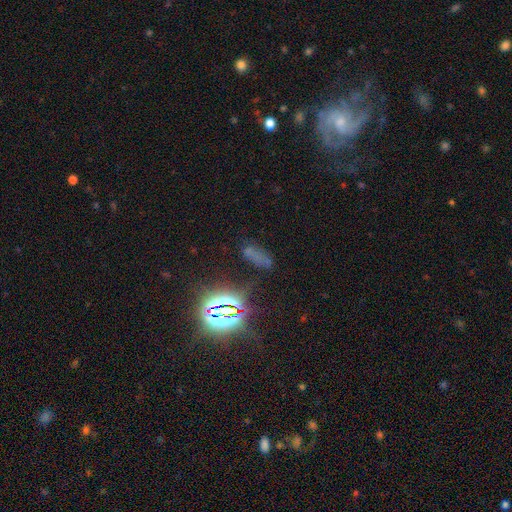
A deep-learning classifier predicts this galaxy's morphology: smooth-or-featured: star or artifact: 51% | smooth: 36% | featured or disk: 13%